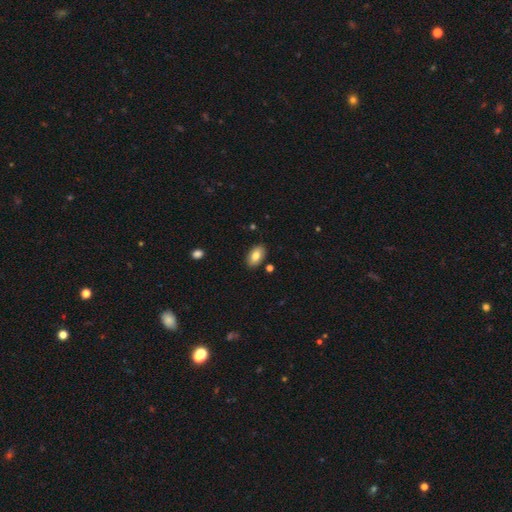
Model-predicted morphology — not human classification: smooth_or_featured: smooth (p=0.80) [alt: featured or disk p=0.13]
how_rounded: in between (p=0.93) [alt: round p=0.06]
merging: none (p=0.87) [alt: minor disturbance p=0.09]